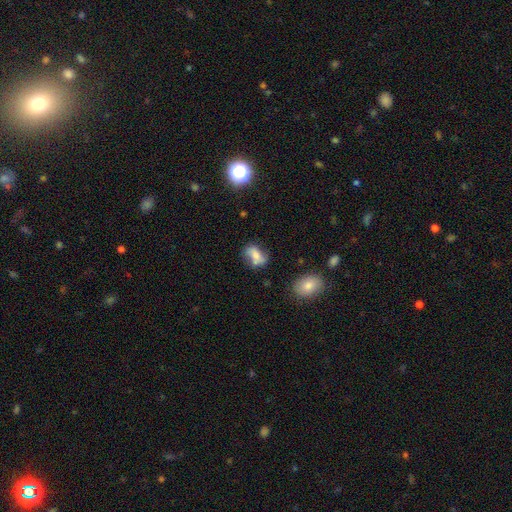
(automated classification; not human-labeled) Q: Smooth or featured?
A: smooth (59%); runner-up: featured or disk (30%)
Q: How rounded?
A: in between (80%); runner-up: round (16%)
Q: Merging?
A: none (50%); runner-up: minor disturbance (27%)